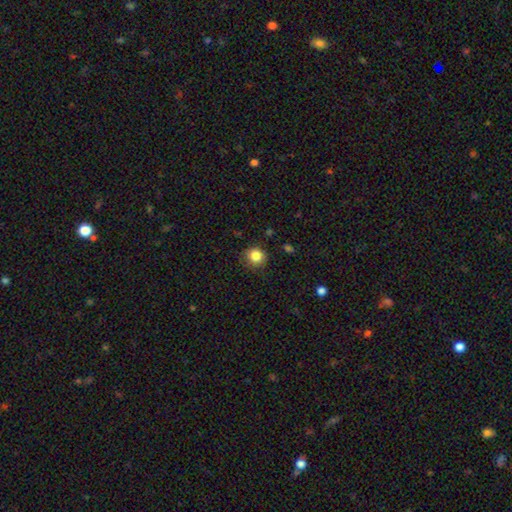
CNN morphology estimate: smooth 85%, star or artifact 11%, featured or disk 5%. Down the decision tree: how rounded — round (90%); merging — none (83%).